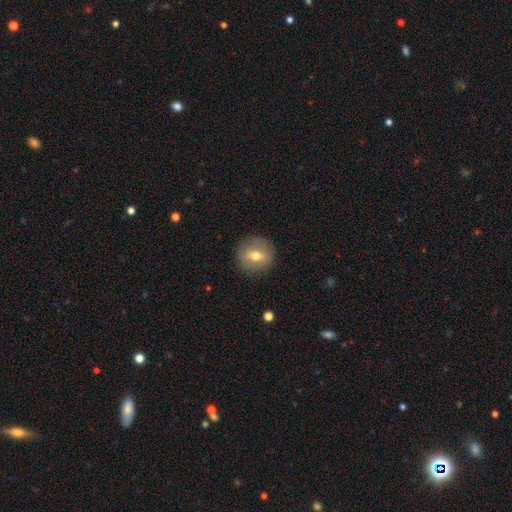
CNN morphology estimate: This is possibly a smooth galaxy (59%). How rounded: clearly round (88%). Merging: clearly none (86%).